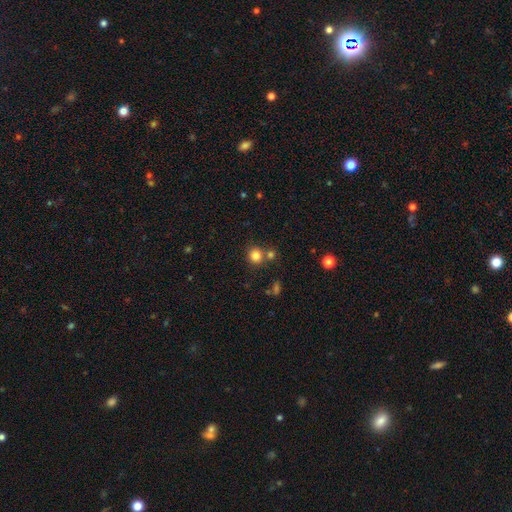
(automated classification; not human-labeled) A smooth galaxy with no disk features (83%) that is round (87%). Merging: none (68%).